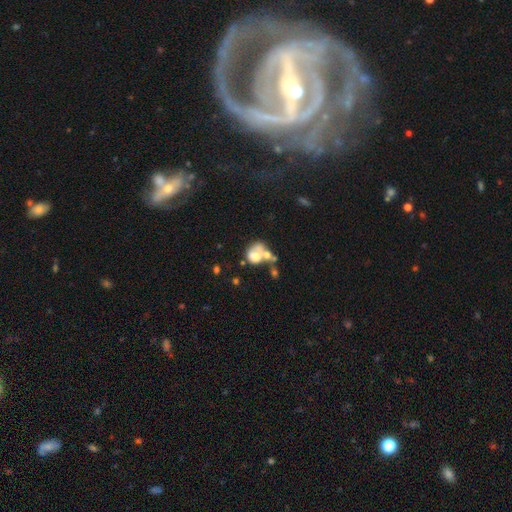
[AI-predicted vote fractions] This is possibly a smooth galaxy (50%). How rounded: possibly in between (55%). Merging: possibly merger (53%).